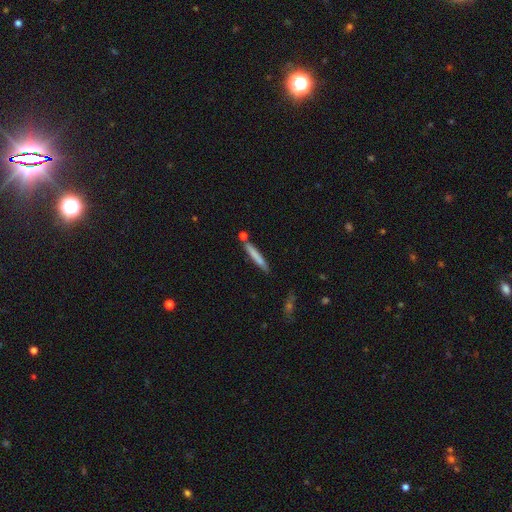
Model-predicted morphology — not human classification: type=smooth (70%); roundness=cigar-shaped (95%); merging=none (77%).